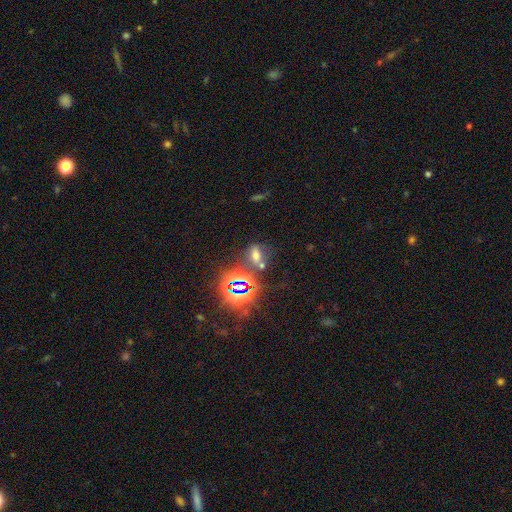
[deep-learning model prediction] smooth-or-featured: star or artifact: 44% (tied) | smooth: 44% (tied) | featured or disk: 13%